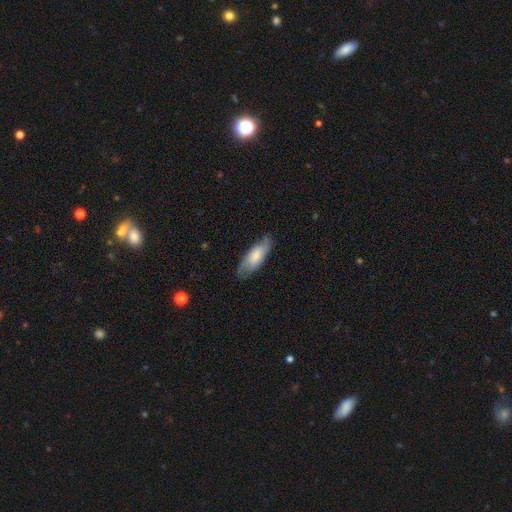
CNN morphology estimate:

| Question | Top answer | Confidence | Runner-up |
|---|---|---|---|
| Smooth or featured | smooth | 64% | featured or disk (29%) |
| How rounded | in between | 71% | cigar-shaped (27%) |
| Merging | none | 73% | minor disturbance (21%) |